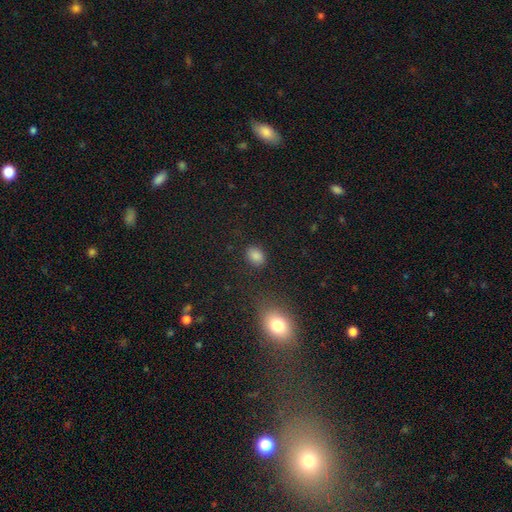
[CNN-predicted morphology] Smooth or featured? smooth (83%)
How rounded? in between (63%)
Merging? none (85%)